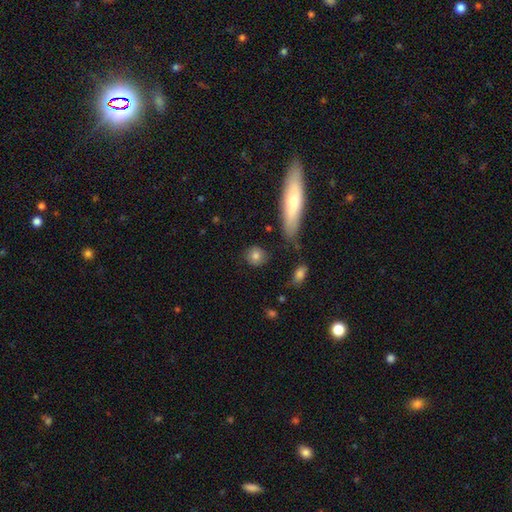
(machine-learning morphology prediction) smooth-or-featured: smooth: 80% | featured or disk: 11% | star or artifact: 9%
  how-rounded: round: 81% | in between: 17% | cigar-shaped: 3%
  merging: none: 84% | minor disturbance: 10% | merger: 3% | major disturbance: 3%